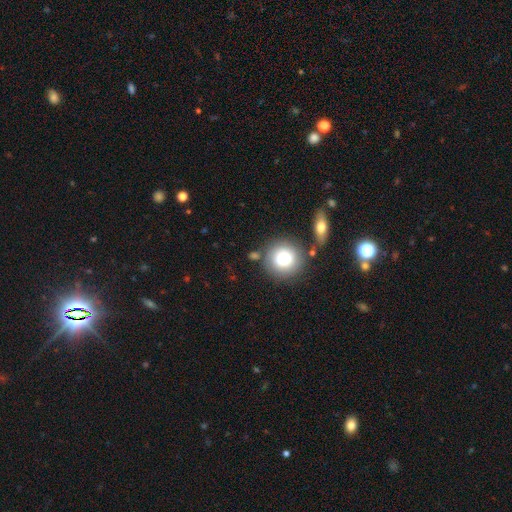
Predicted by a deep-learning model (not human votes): smooth 74%, featured or disk 14%, star or artifact 12%. Down the decision tree: how rounded — round (88%); merging — none (76%).